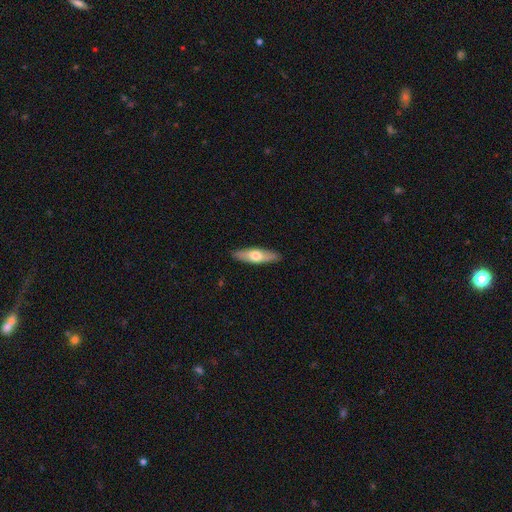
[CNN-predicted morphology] smooth_or_featured: smooth (p=0.56) [alt: featured or disk p=0.39]
how_rounded: cigar-shaped (p=0.62) [alt: in between p=0.36]
merging: none (p=0.89) [alt: minor disturbance p=0.08]